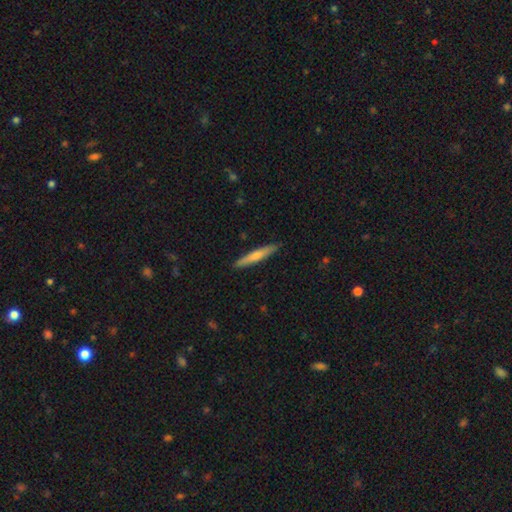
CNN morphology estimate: smooth 66%, featured or disk 29%, star or artifact 5%. Down the decision tree: how rounded — cigar-shaped (93%); merging — none (89%).